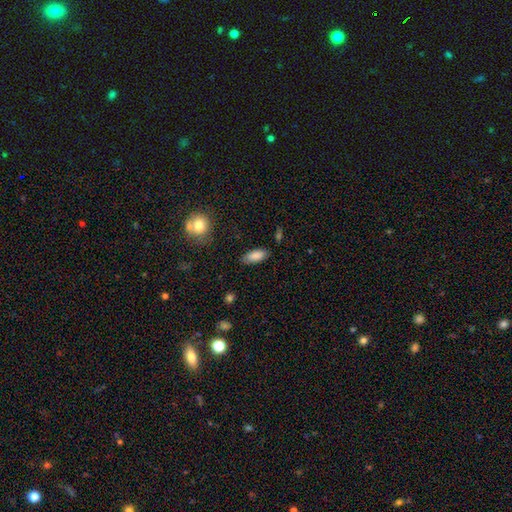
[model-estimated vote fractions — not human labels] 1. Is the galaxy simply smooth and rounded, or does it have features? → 86% smooth, 7% star or artifact, 7% featured or disk.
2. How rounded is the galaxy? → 84% in between, 14% cigar-shaped, 2% round.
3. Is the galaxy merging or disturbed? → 80% none, 15% minor disturbance, 3% major disturbance, 2% merger.